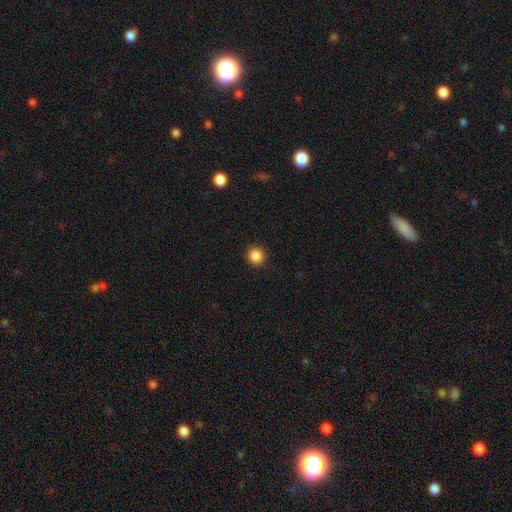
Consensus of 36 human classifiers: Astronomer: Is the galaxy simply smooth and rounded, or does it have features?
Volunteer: smooth — 94%.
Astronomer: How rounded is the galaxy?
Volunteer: round — 88%.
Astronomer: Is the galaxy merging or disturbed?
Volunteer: none — 91%.